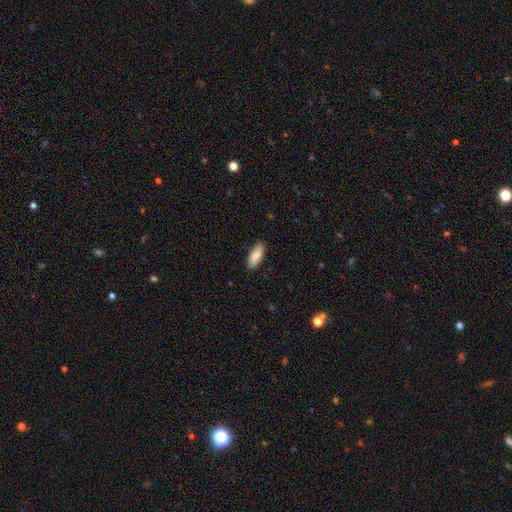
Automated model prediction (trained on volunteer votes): Smooth or featured: smooth — 86% (featured or disk — 8%)
How rounded: in between — 82% (cigar-shaped — 16%)
Merging: none — 88% (minor disturbance — 9%)